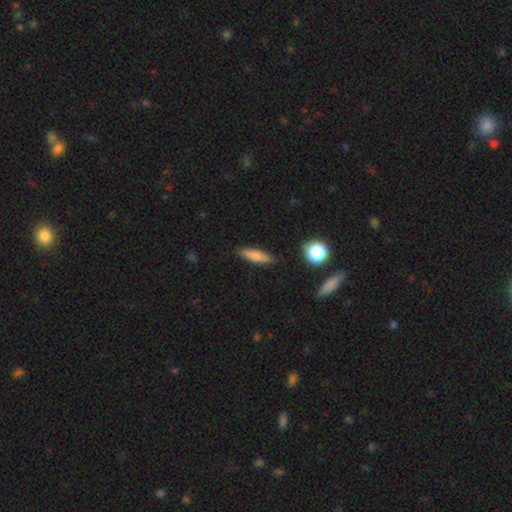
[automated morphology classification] The model was most divided on "how rounded": cigar-shaped: 65%, in between: 32%, round: 3%. More confident: merging — none (86%); smooth or featured — smooth (75%).